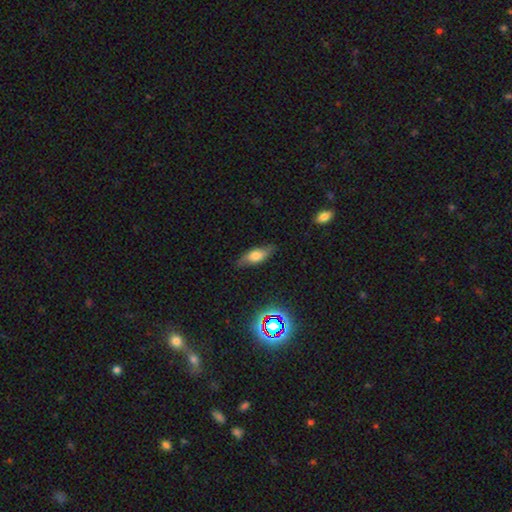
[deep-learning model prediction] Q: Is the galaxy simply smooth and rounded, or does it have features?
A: smooth — 57%.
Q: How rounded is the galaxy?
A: in between — 69%.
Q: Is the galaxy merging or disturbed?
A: none — 78%.